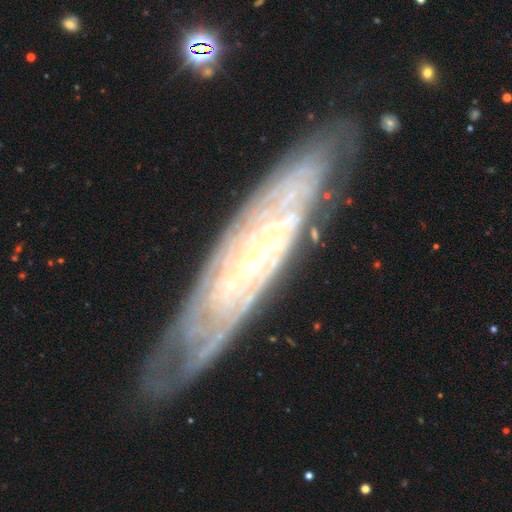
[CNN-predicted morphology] Q: Smooth or featured?
A: featured or disk (84%); runner-up: smooth (10%)
Q: Edge-on disk?
A: no (70%); runner-up: yes (30%)
Q: Bar?
A: no (52%); runner-up: weak (32%)
Q: Spiral arms?
A: yes (89%); runner-up: no (11%)
Q: Spiral winding?
A: tight (78%); runner-up: medium (18%)
Q: Spiral arm count?
A: can't tell (59%); runner-up: 2 (14%)
Q: Bulge size?
A: small (70%); runner-up: moderate (24%)
Q: Merging?
A: none (78%); runner-up: minor disturbance (15%)